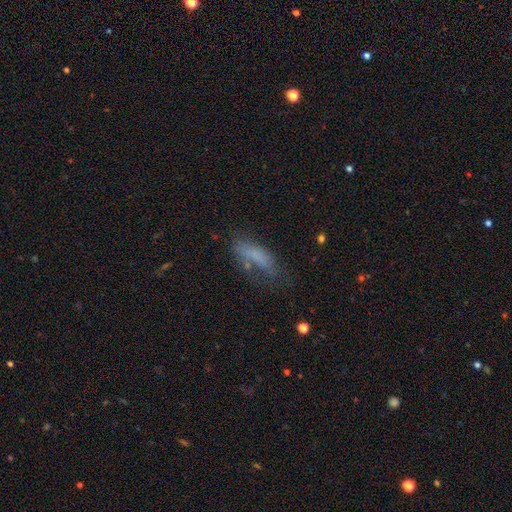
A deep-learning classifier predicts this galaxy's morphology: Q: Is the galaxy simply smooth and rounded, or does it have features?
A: smooth — 67%.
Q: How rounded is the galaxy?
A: in between — 58%.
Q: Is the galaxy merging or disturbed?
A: none — 43%.